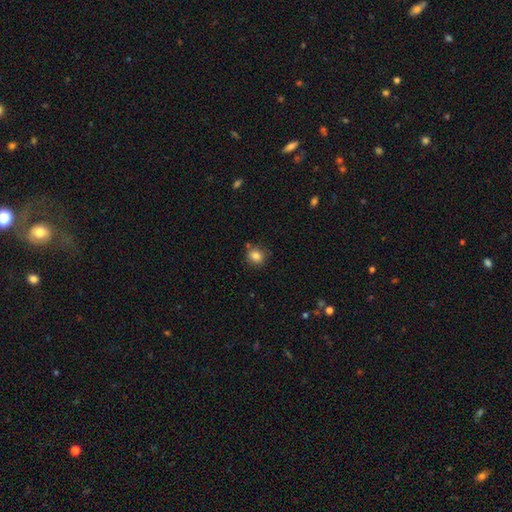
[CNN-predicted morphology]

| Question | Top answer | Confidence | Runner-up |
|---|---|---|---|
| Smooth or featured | smooth | 84% | star or artifact (10%) |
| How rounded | round | 75% | in between (24%) |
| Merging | none | 79% | minor disturbance (13%) |